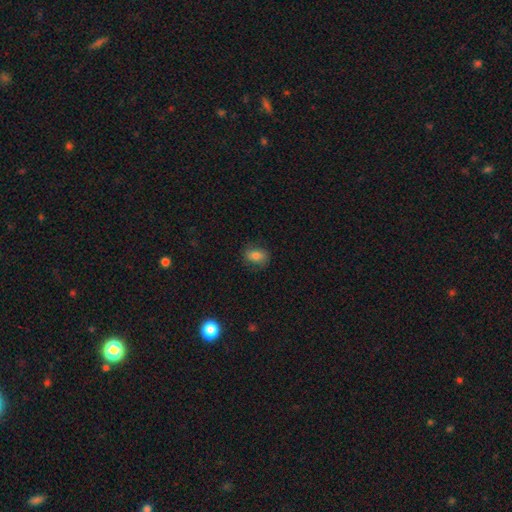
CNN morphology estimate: A smooth galaxy with no disk features (75%) that is in between round and cigar-shaped (73%).

Vote fractions:
- Smooth or featured? smooth: 75% / featured or disk: 15% / star or artifact: 10%
- How rounded? in between: 73% / round: 25% / cigar-shaped: 2%
- Merging? none: 78% / minor disturbance: 16% / major disturbance: 4% / merger: 1%